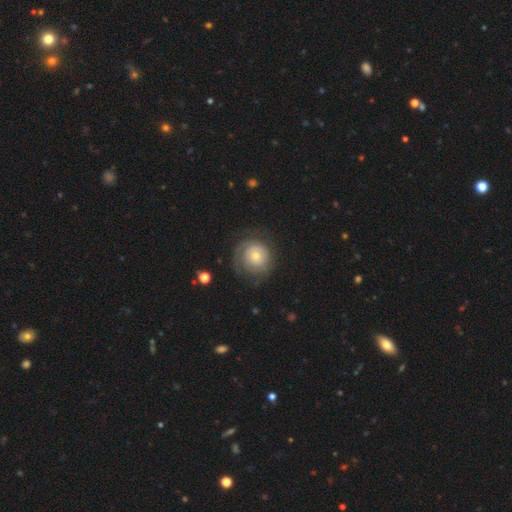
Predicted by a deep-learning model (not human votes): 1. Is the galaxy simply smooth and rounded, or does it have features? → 52% featured or disk, 41% smooth, 8% star or artifact.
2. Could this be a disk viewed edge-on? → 97% no, 3% yes.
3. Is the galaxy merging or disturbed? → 64% none, 20% minor disturbance, 15% major disturbance, 2% merger.